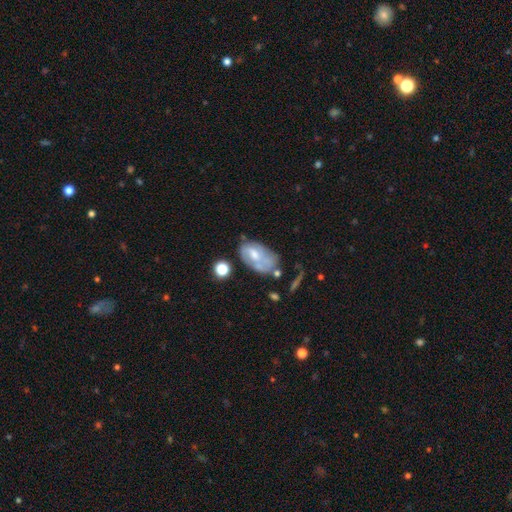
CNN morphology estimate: smooth-or-featured: featured or disk: 46% (tied) | smooth: 46% (tied) | star or artifact: 8%
  merging: none: 33% | minor disturbance: 29% | major disturbance: 23% | merger: 15%